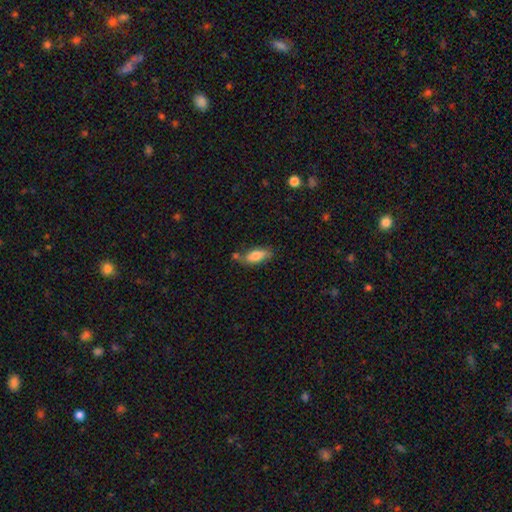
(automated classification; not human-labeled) Smooth or featured? Predicted: smooth (p=0.72). How rounded? Predicted: in between (p=0.76). Merging? Predicted: none (p=0.58).